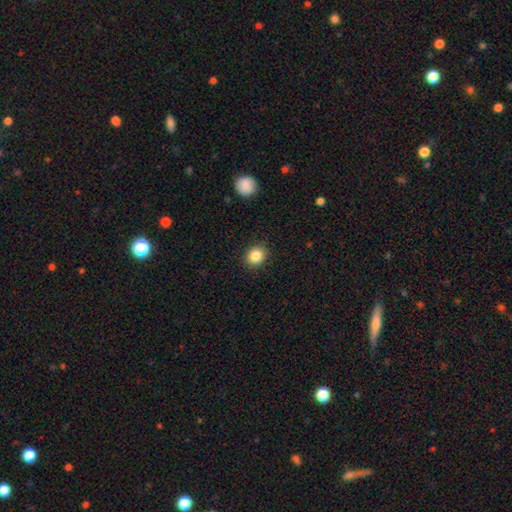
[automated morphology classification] type=smooth (85%); roundness=round (75%); merging=none (89%).